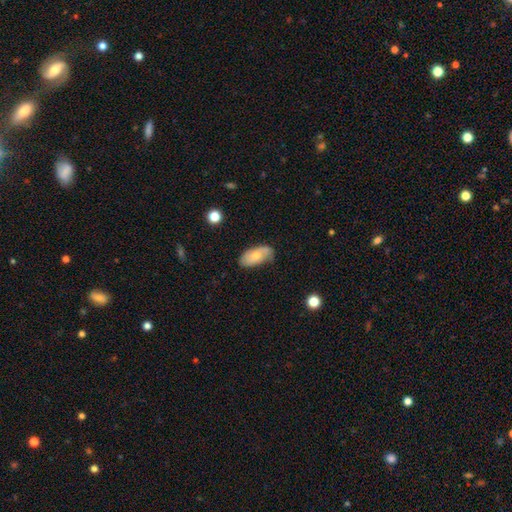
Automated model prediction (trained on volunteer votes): This is likely a smooth galaxy (66%). How rounded: clearly in between (92%). Merging: likely none (64%).